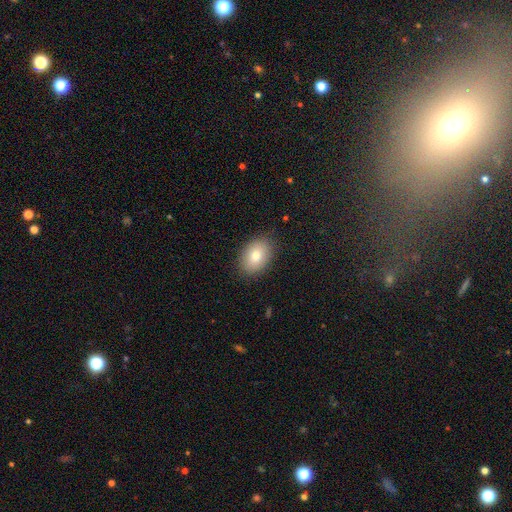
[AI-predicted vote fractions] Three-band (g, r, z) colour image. It shows a smooth galaxy with no disk features (79%) that is in between round and cigar-shaped (82%). Merging: none (86%).